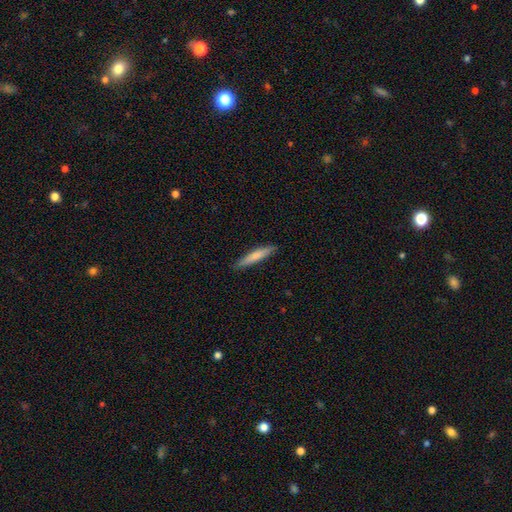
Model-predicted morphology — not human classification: This appears to be a smooth galaxy with no disk features (72%) that is cigar-shaped (93%). Merging: none (90%).